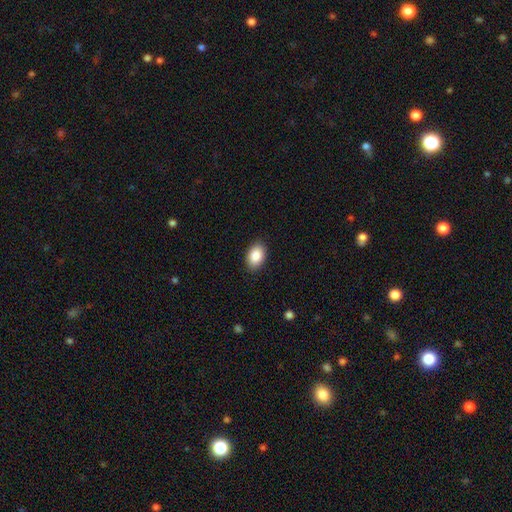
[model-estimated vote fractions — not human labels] smooth-or-featured: smooth: 89% | star or artifact: 7% | featured or disk: 4%
  how-rounded: in between: 87% | round: 11% | cigar-shaped: 1%
  merging: none: 88% | minor disturbance: 9% | major disturbance: 2% | merger: 1%